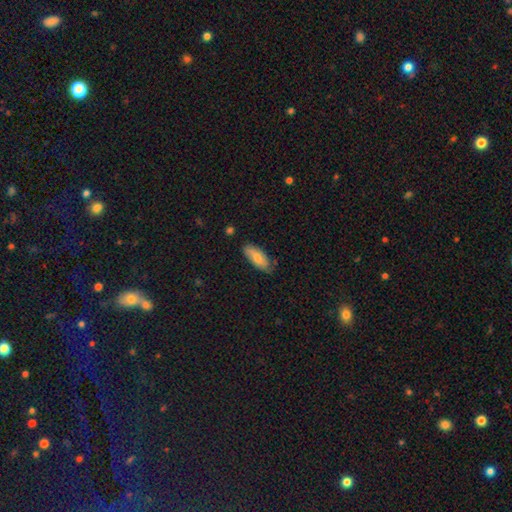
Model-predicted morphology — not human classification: A smooth galaxy with no disk features (62%) that is in between round and cigar-shaped (78%).

Vote fractions:
- Smooth or featured? smooth: 62% / featured or disk: 31% / star or artifact: 8%
- How rounded? in between: 78% / cigar-shaped: 20% / round: 2%
- Merging? none: 77% / minor disturbance: 18% / major disturbance: 3% / merger: 1%